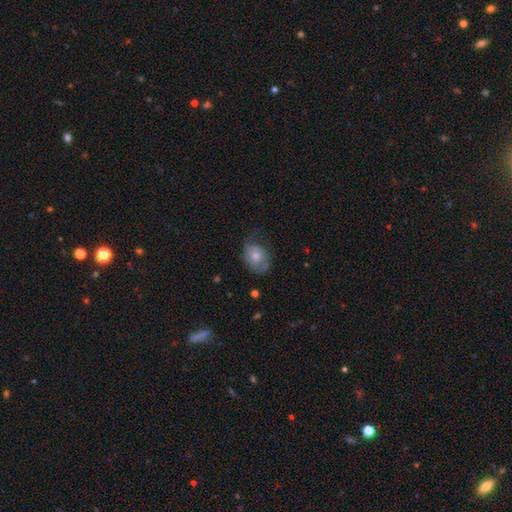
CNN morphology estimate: Smooth or featured? smooth (54%)
How rounded? in between (63%)
Merging? none (54%)